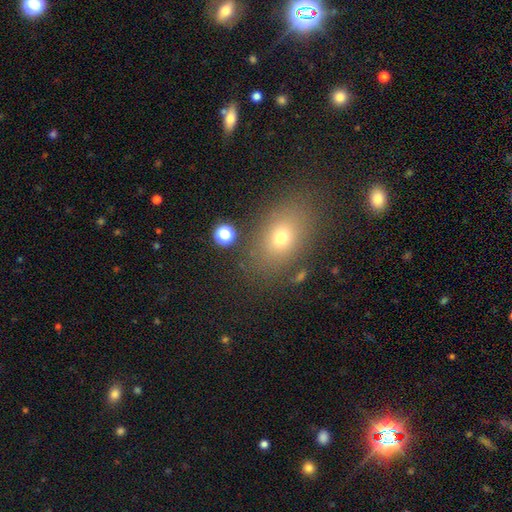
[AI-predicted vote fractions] Smooth or featured: smooth — 65% (star or artifact — 22%)
How rounded: in between — 72% (round — 26%)
Merging: none — 83% (minor disturbance — 10%)